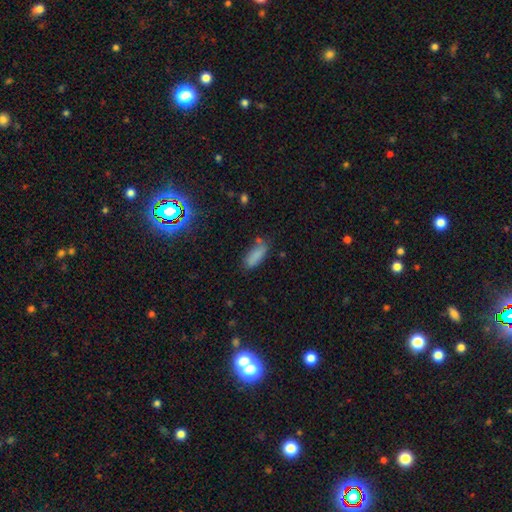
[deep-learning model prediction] This is clearly a smooth galaxy (85%). How rounded: likely in between (70%). Merging: likely none (69%).